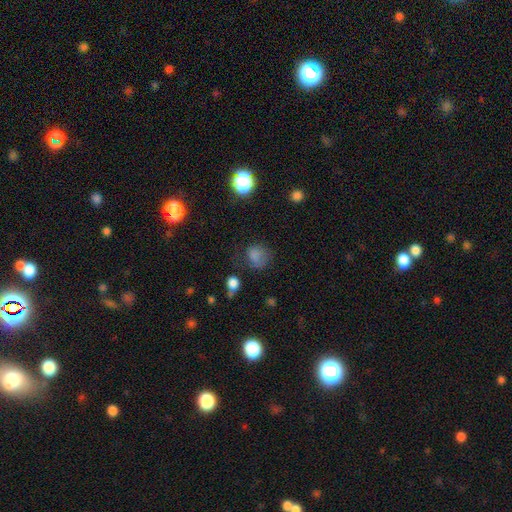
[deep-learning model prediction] The model was most divided on "merging": none: 47%, minor disturbance: 28%, major disturbance: 21%, merger: 4%. More confident: smooth or featured — smooth (72%); how rounded — round (60%).